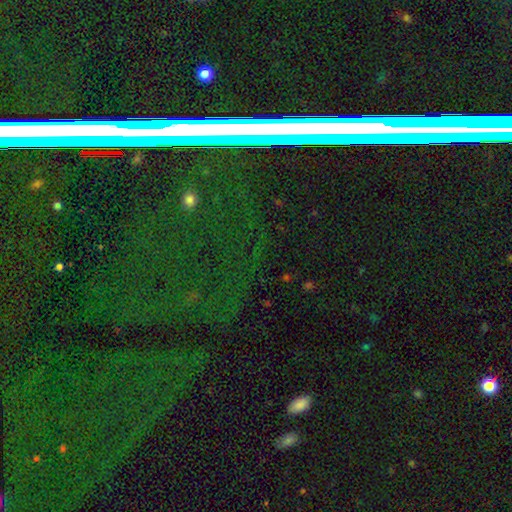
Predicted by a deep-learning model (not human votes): Smooth or featured? Predicted: star or artifact (p=0.74).